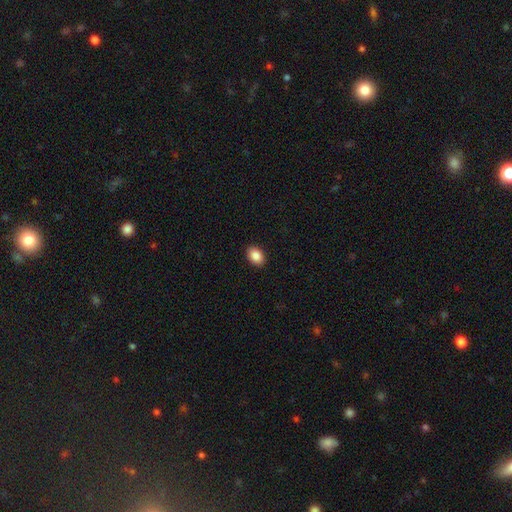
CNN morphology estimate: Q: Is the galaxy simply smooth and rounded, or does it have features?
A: smooth — 88%.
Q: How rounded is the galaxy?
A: in between — 78%.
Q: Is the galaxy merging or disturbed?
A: none — 91%.